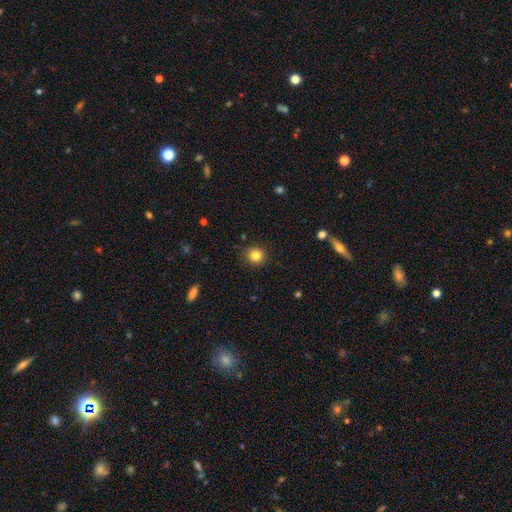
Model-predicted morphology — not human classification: smooth-or-featured: smooth: 83% | star or artifact: 11% | featured or disk: 5%
  how-rounded: round: 90% | in between: 9% | cigar-shaped: 1%
  merging: none: 89% | minor disturbance: 8% | major disturbance: 2% | merger: 1%